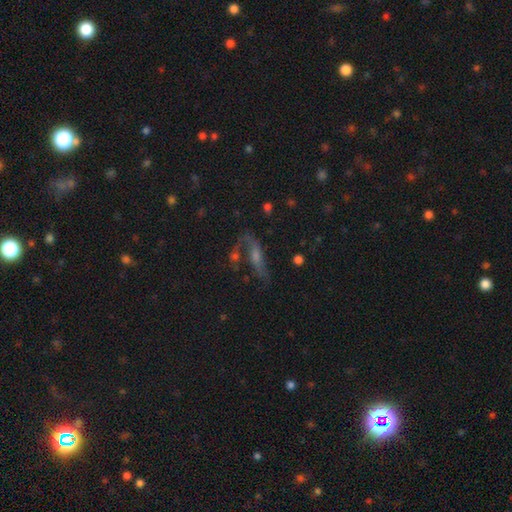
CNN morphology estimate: Smooth or featured? featured or disk (59%)
Edge-on disk? no (74%)
Merging? none (47%)